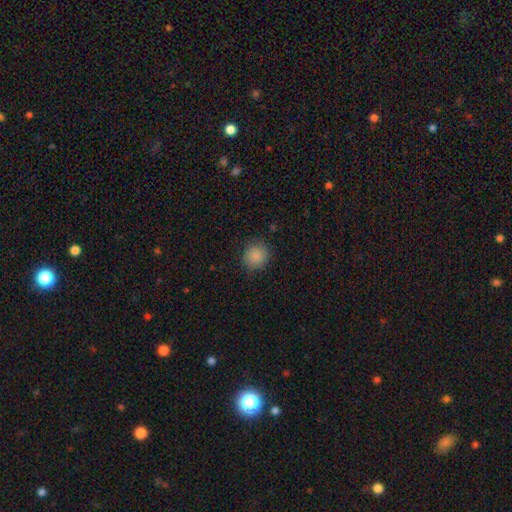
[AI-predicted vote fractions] Smooth or featured? smooth (87%)
How rounded? round (88%)
Merging? none (84%)